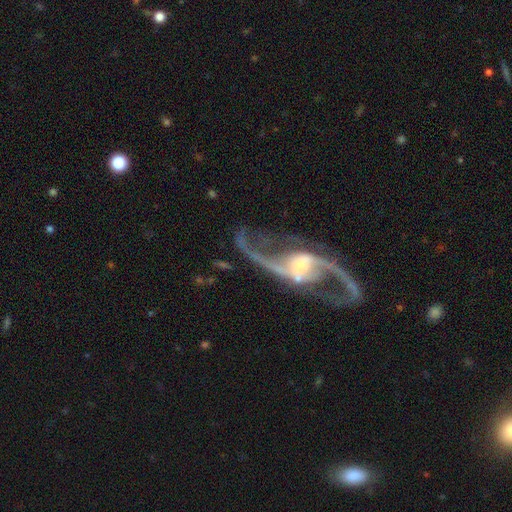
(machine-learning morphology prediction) Overall: featured or disk (93%). Edge-on disk: no (95%). Bar: weak (43%; no 32%). Spiral arms: yes (98%). Spiral arm count: 2 (94%). Spiral winding: loose (65%; medium 30%). Bulge size: moderate (46%; small 35%). Merging: none (76%).